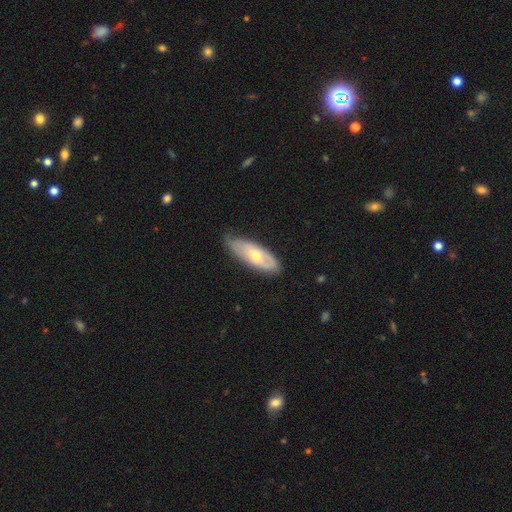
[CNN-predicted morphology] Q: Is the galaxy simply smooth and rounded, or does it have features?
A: featured or disk — 50%.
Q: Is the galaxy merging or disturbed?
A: none — 62%.